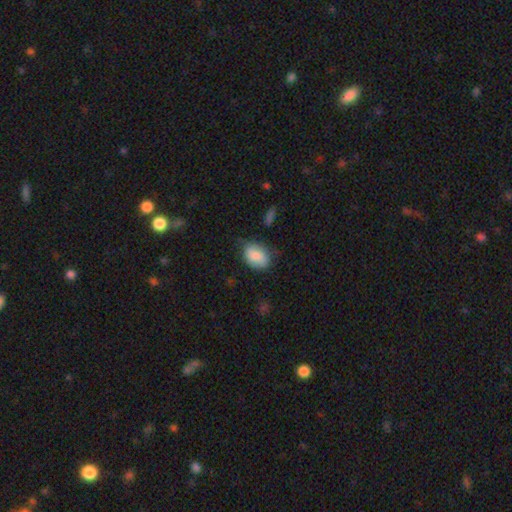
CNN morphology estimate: This appears to be a smooth galaxy with no disk features (84%) that is in between round and cigar-shaped (78%). Merging: none (68%).